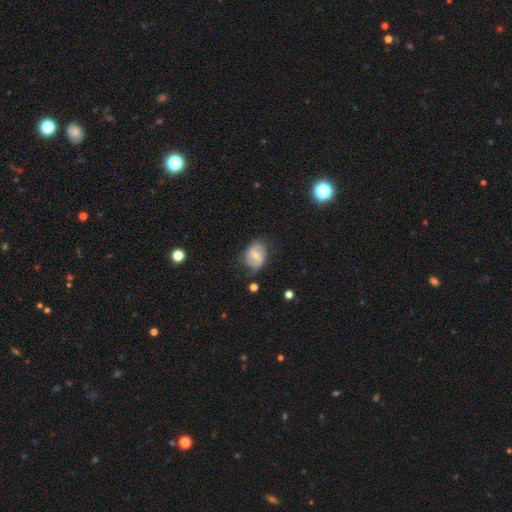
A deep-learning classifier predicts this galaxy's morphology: smooth_or_featured: featured or disk (p=0.50) [alt: smooth p=0.43]
merging: none (p=0.61) [alt: minor disturbance p=0.28]